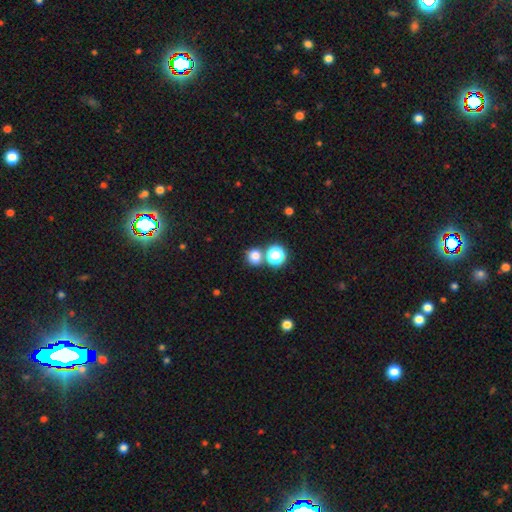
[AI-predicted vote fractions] Overall: smooth (77%). How rounded: round (86%). Merging: none (69%).